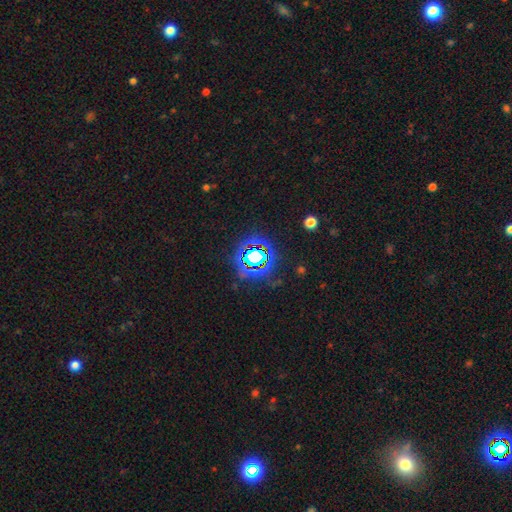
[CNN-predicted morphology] This appears to be a star or artifact, not a galaxy (73%).